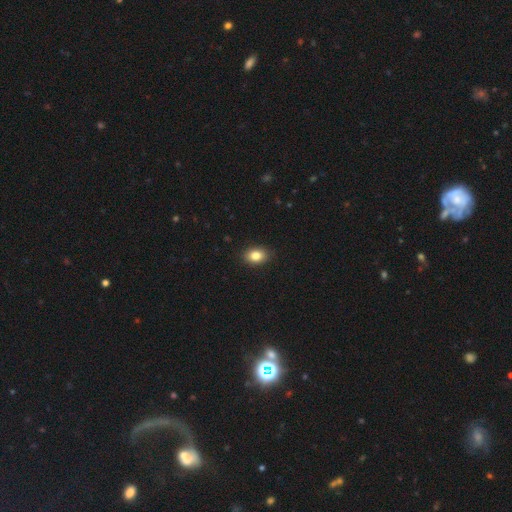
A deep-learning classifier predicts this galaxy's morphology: smooth-or-featured: smooth: 84% | star or artifact: 9% | featured or disk: 7%
  how-rounded: in between: 77% | round: 22% | cigar-shaped: 1%
  merging: none: 89% | minor disturbance: 8% | major disturbance: 2% | merger: 1%